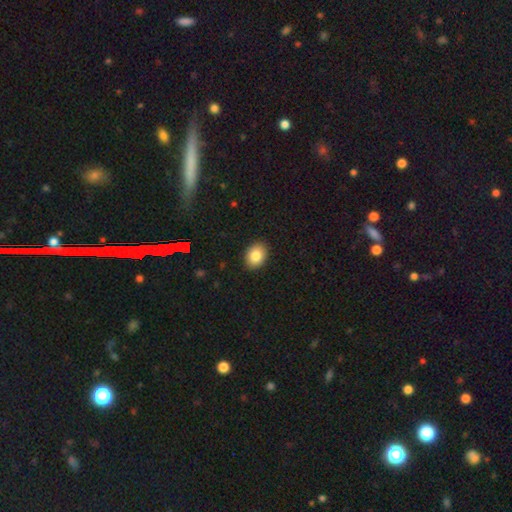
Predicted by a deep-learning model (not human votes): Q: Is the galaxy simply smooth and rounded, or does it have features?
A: smooth — 84%.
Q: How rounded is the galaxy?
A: in between — 61%.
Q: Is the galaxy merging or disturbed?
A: none — 90%.